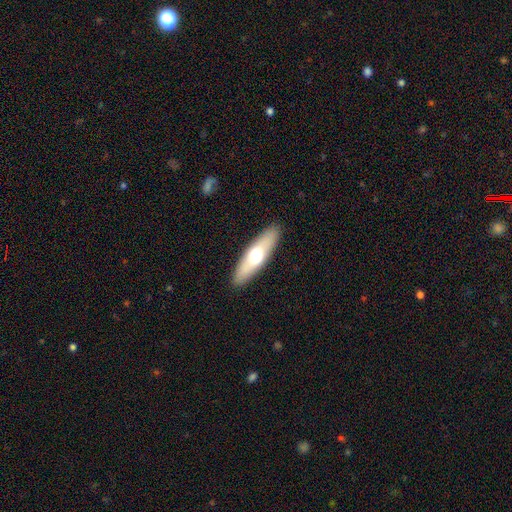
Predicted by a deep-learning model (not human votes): smooth 57%, featured or disk 38%, star or artifact 6%. Down the decision tree: how rounded — cigar-shaped (61%); merging — none (90%).